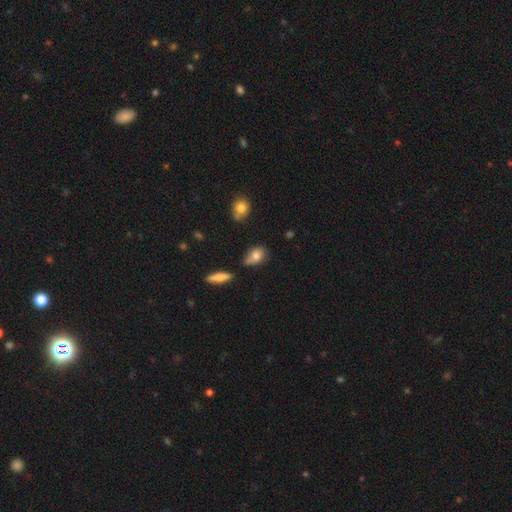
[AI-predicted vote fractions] This appears to be a smooth galaxy with no disk features (75%) that is in between round and cigar-shaped (80%). Merging: none (52%).